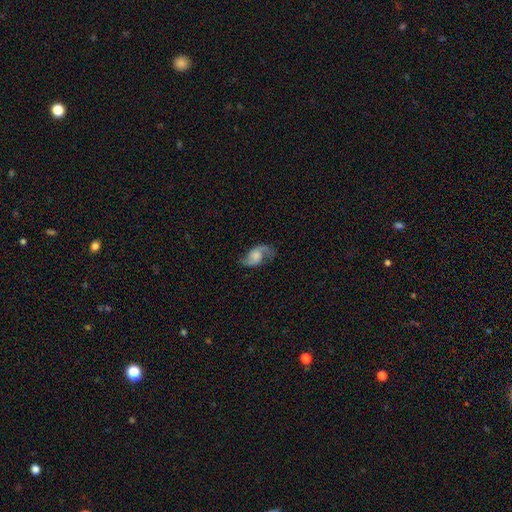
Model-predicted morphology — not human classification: Q: Smooth or featured?
A: featured or disk (77%); runner-up: smooth (16%)
Q: Edge-on disk?
A: no (97%); runner-up: yes (3%)
Q: Bar?
A: no (63%); runner-up: weak (31%)
Q: Spiral arms?
A: yes (94%); runner-up: no (6%)
Q: Spiral winding?
A: loose (51%); runner-up: medium (39%)
Q: Spiral arm count?
A: 2 (88%); runner-up: 1 (6%)
Q: Bulge size?
A: moderate (28%); runner-up: none (24%)
Q: Merging?
A: none (69%); runner-up: minor disturbance (19%)